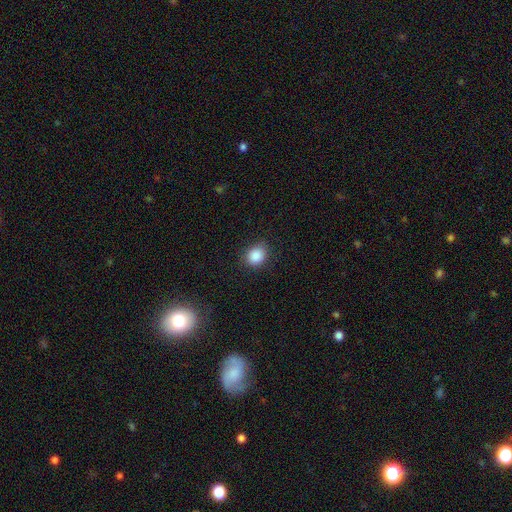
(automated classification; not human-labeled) Q: Smooth or featured?
A: smooth (87%); runner-up: star or artifact (9%)
Q: How rounded?
A: round (60%); runner-up: in between (39%)
Q: Merging?
A: none (83%); runner-up: minor disturbance (12%)